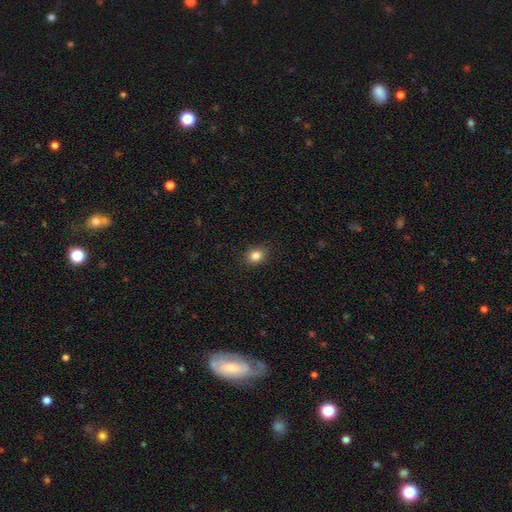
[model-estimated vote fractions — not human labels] A smooth galaxy with no disk features (85%) that is round (54%). Merging: none (89%).